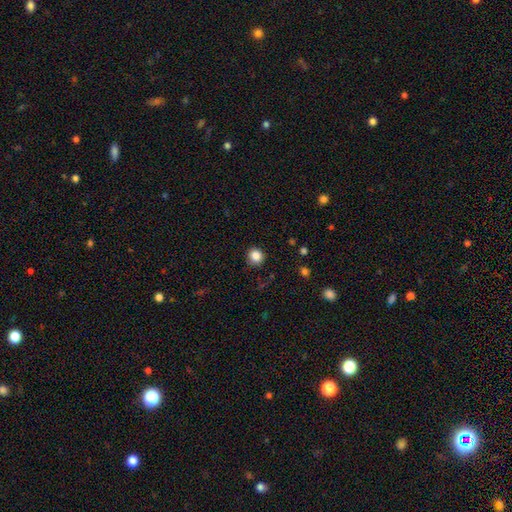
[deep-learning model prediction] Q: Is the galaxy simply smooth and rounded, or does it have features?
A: smooth — 85%.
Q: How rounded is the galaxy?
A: round — 92%.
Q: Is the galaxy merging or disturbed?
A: none — 88%.